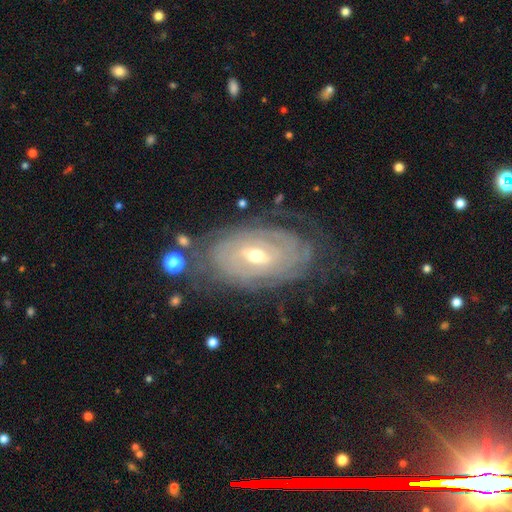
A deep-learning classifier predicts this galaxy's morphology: Smooth or featured? featured or disk (83%)
Edge-on disk? no (94%)
Bar? weak (44%)
Spiral arms? yes (87%)
Spiral winding? tight (82%)
Spiral arm count? can't tell (57%)
Bulge size? moderate (55%)
Merging? none (73%)